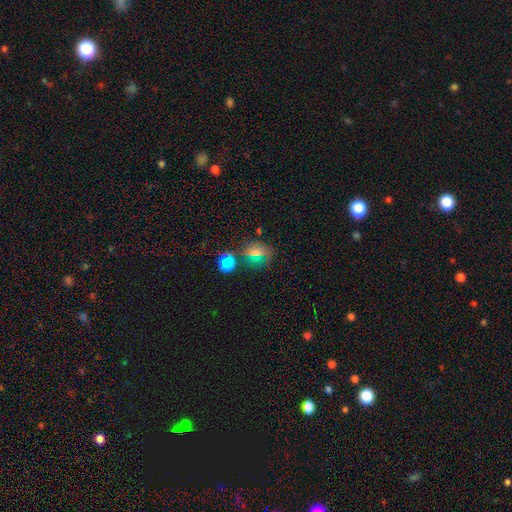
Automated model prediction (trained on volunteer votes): Smooth or featured? smooth (59%)
How rounded? round (50%)
Merging? none (68%)